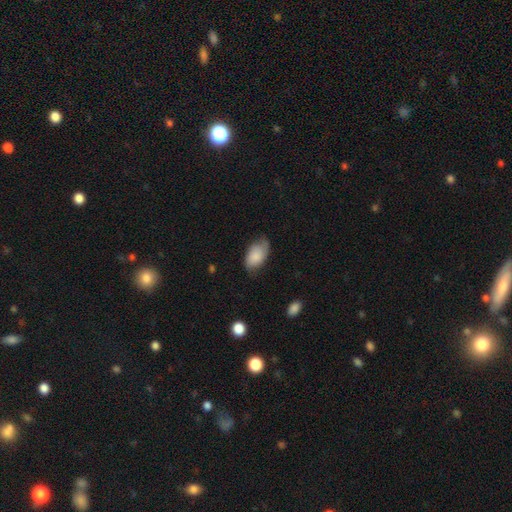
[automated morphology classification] Smooth or featured?
  - smooth: 82% *
  - featured or disk: 12%
  - star or artifact: 7%
How rounded?
  - in between: 93% *
  - round: 5%
  - cigar-shaped: 2%
Merging?
  - none: 62% *
  - minor disturbance: 30%
  - major disturbance: 7%
  - merger: 1%